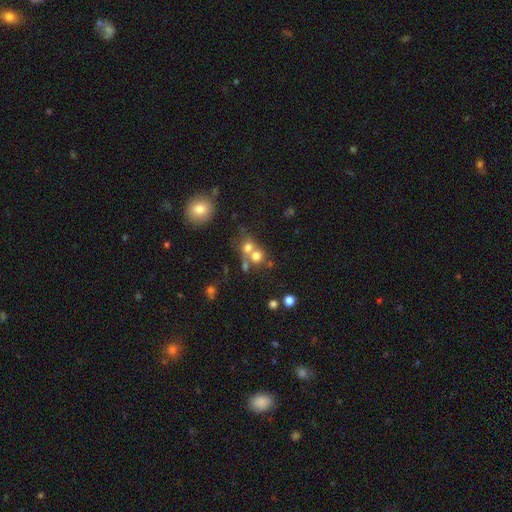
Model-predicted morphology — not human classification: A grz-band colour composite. It shows a smooth galaxy with no disk features (70%) that is round (81%). Merging: merger (51%).